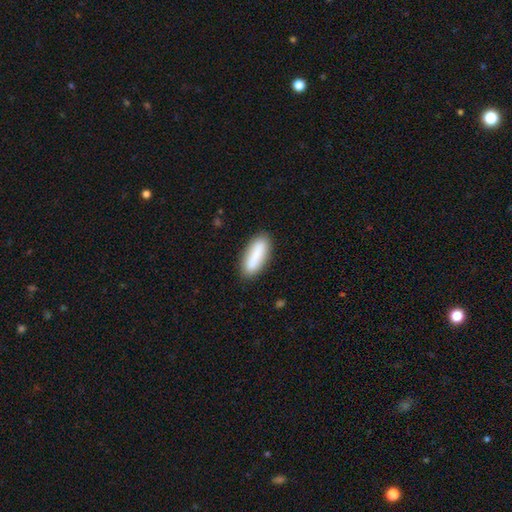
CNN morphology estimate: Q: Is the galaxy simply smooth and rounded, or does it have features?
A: smooth — 82%.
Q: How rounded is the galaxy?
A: in between — 58%.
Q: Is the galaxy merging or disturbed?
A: none — 82%.